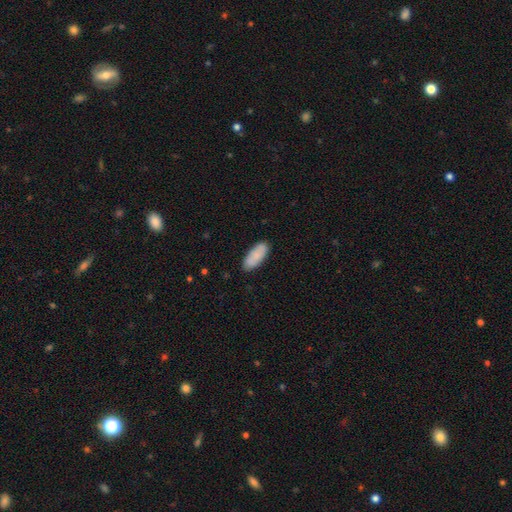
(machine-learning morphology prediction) Smooth or featured: smooth — 84% (featured or disk — 10%)
How rounded: in between — 82% (cigar-shaped — 16%)
Merging: none — 84% (minor disturbance — 12%)